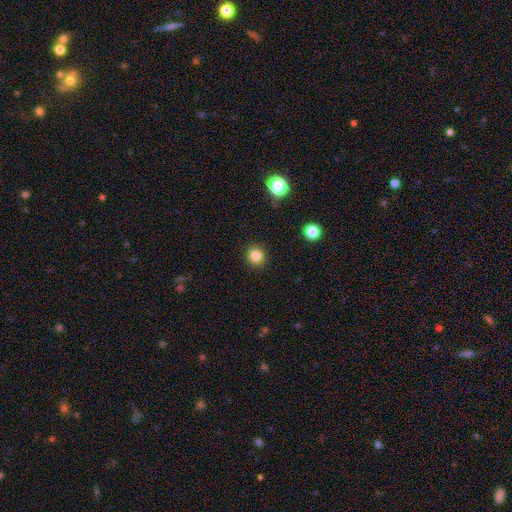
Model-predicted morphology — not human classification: Smooth or featured: smooth — 83% (star or artifact — 13%)
How rounded: round — 92% (in between — 7%)
Merging: none — 91% (minor disturbance — 5%)